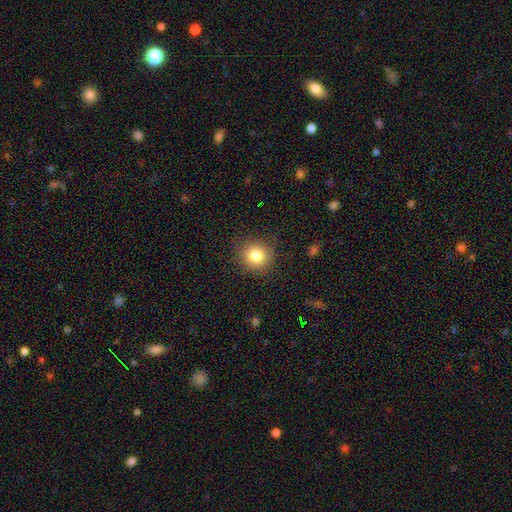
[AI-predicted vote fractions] A smooth galaxy with no disk features (81%) that is round (86%).

Vote fractions:
- Smooth or featured? smooth: 81% / star or artifact: 11% / featured or disk: 8%
- How rounded? round: 86% / in between: 13% / cigar-shaped: 1%
- Merging? none: 88% / minor disturbance: 8% / major disturbance: 3% / merger: 1%